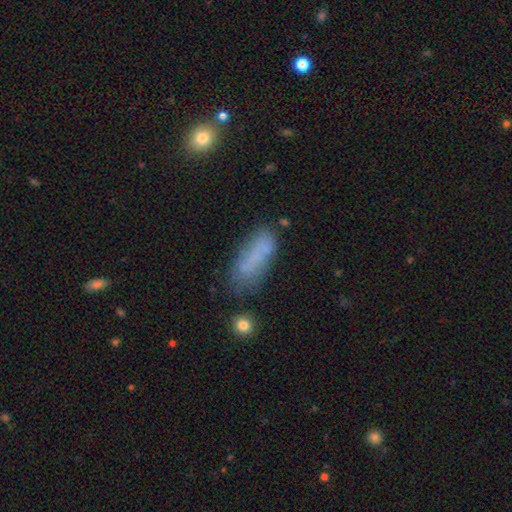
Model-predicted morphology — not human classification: smooth 64%, featured or disk 24%, star or artifact 12%. Down the decision tree: how rounded — in between (58%); merging — none (55%).